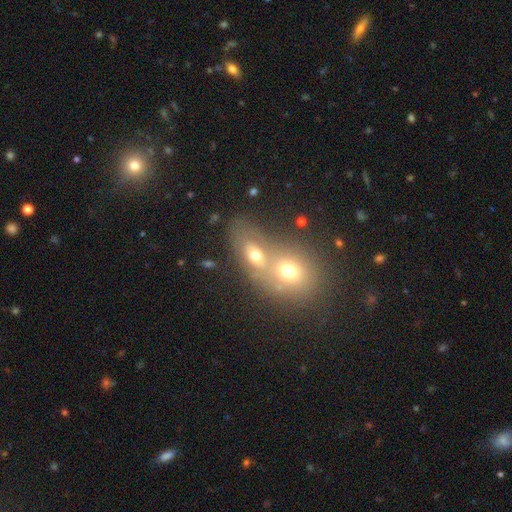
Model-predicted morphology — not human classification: smooth 62%, featured or disk 24%, star or artifact 14%. Down the decision tree: how rounded — in between (63%); merging — merger (64%).